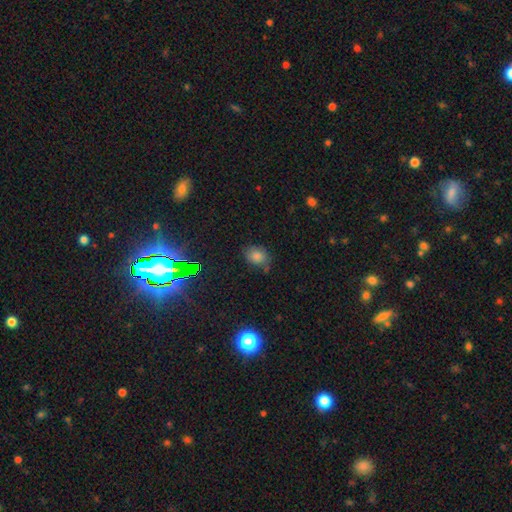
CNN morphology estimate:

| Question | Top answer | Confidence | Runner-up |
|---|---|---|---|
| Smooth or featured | smooth | 76% | star or artifact (17%) |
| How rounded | in between | 61% | round (37%) |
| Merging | none | 65% | minor disturbance (24%) |